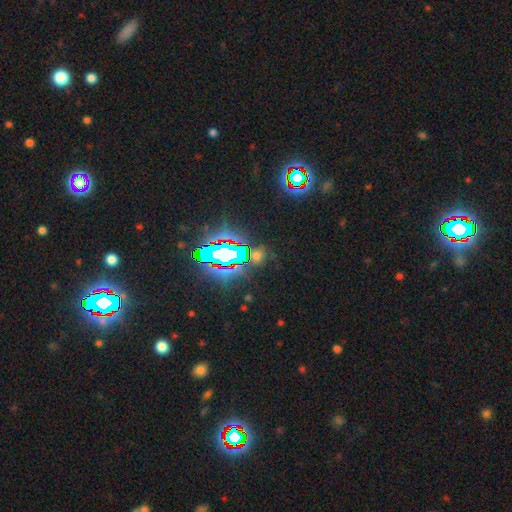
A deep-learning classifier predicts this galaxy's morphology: This is likely a star or artifact rather than a galaxy (65%).